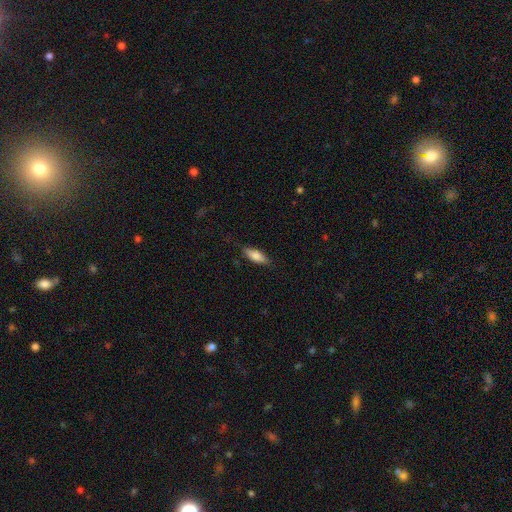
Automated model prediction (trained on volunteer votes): Smooth or featured? Predicted: smooth (p=0.77). How rounded? Predicted: in between (p=0.68). Merging? Predicted: none (p=0.81).